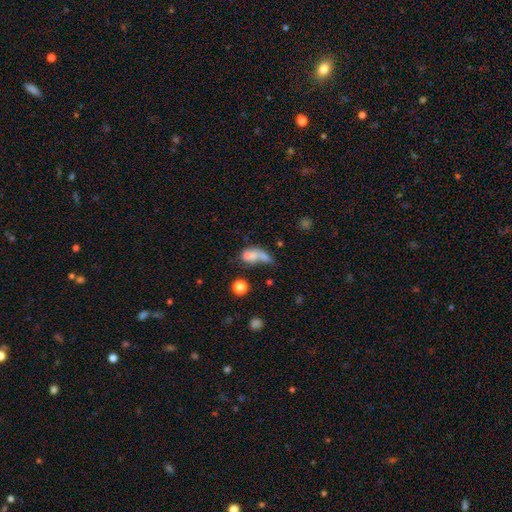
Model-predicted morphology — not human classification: The model was most divided on "merging": merger: 52%, none: 19%, major disturbance: 18%, minor disturbance: 11%. More confident: how rounded — in between (68%); smooth or featured — smooth (63%).